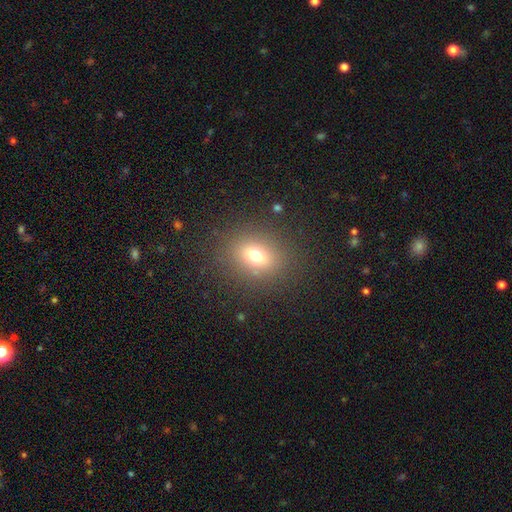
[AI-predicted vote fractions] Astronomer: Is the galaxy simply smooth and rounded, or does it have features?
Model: smooth — 71%.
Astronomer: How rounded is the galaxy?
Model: round — 52% (runner-up: in between, 47%).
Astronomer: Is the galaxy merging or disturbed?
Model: none — 84%.